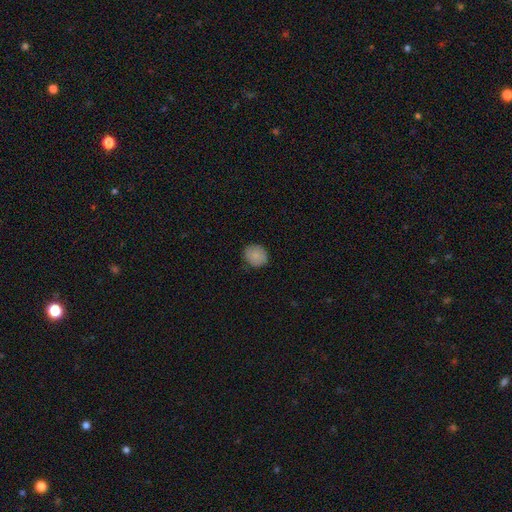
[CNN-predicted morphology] Smooth or featured? smooth (86%)
How rounded? round (81%)
Merging? none (86%)